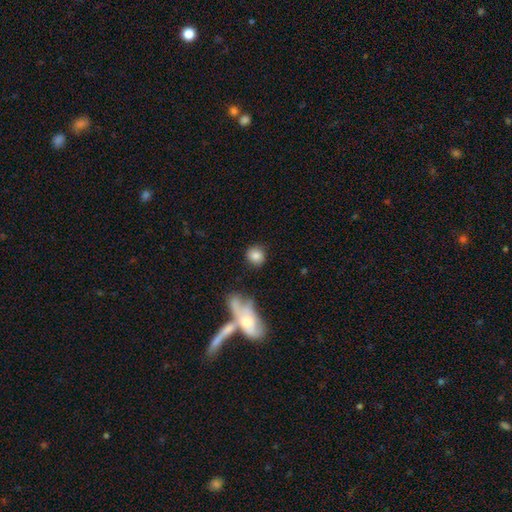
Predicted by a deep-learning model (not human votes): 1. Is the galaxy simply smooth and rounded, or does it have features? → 82% smooth, 10% featured or disk, 8% star or artifact.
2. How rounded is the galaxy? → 83% round, 16% in between, 2% cigar-shaped.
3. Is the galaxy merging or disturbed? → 78% none, 11% minor disturbance, 7% merger, 5% major disturbance.